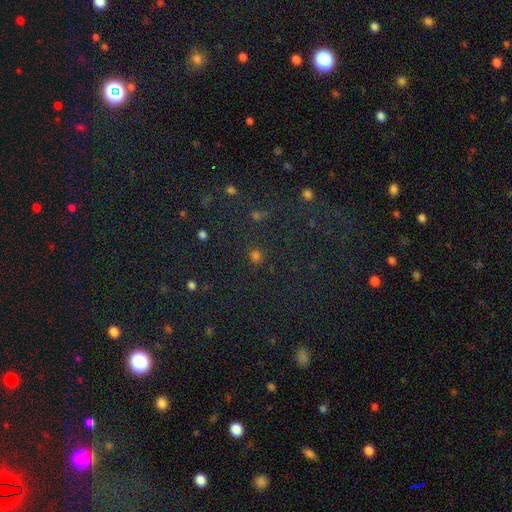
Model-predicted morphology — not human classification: This is possibly a smooth galaxy (53%). How rounded: likely round (79%). Merging: clearly none (82%).